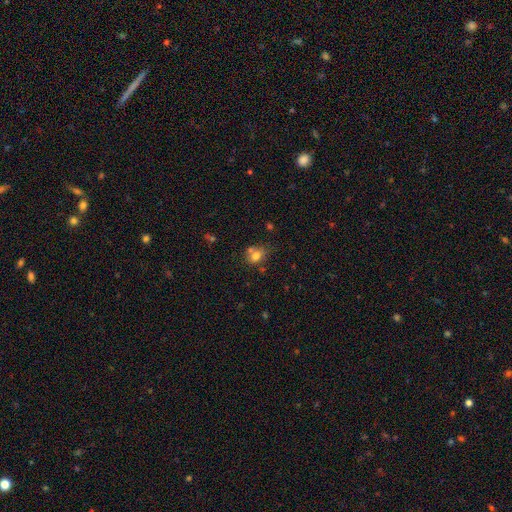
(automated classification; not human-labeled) Smooth or featured?
  - smooth: 74% *
  - featured or disk: 13%
  - star or artifact: 12%
How rounded?
  - round: 54% *
  - in between: 45%
  - cigar-shaped: 1%
Merging?
  - none: 47% *
  - merger: 29%
  - minor disturbance: 17%
  - major disturbance: 6%